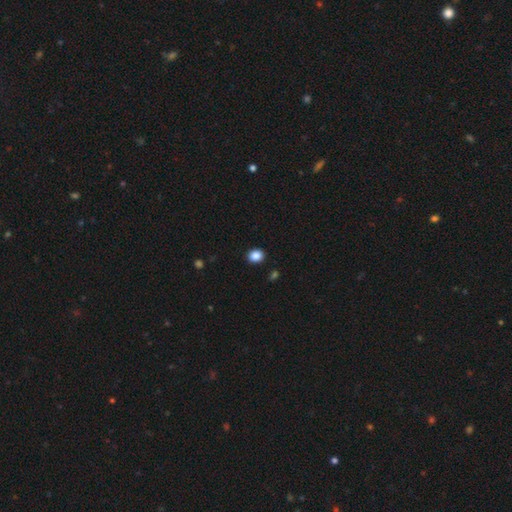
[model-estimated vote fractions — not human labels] The model was most divided on "how rounded": round: 59%, in between: 40%, cigar-shaped: 1%. More confident: merging — none (91%); smooth or featured — smooth (87%).